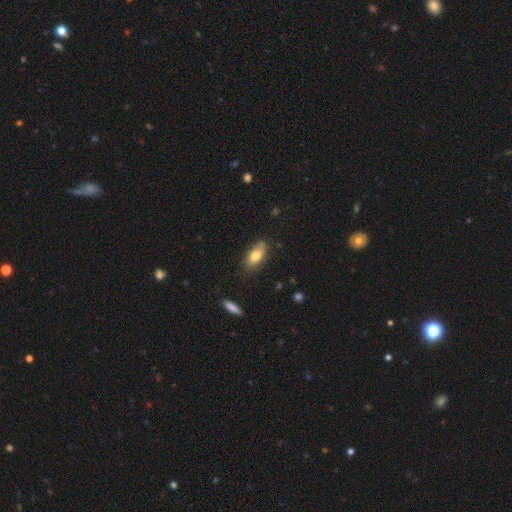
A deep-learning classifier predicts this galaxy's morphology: This appears to be a smooth galaxy with no disk features (75%) that is in between round and cigar-shaped (82%). Merging: none (74%).